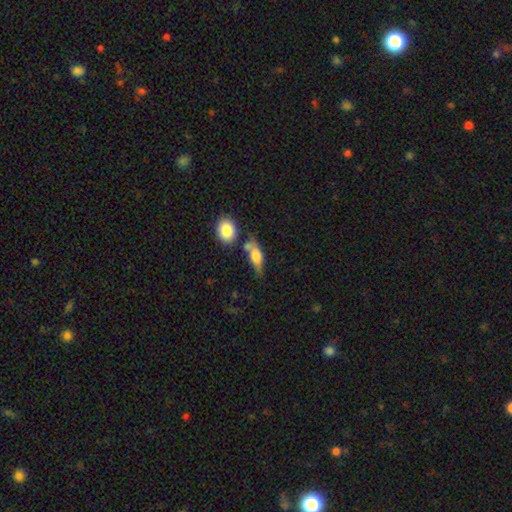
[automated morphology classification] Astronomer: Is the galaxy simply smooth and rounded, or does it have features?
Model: smooth — 62%.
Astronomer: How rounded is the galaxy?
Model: in between — 63%.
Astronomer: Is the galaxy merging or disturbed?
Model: none — 55%.